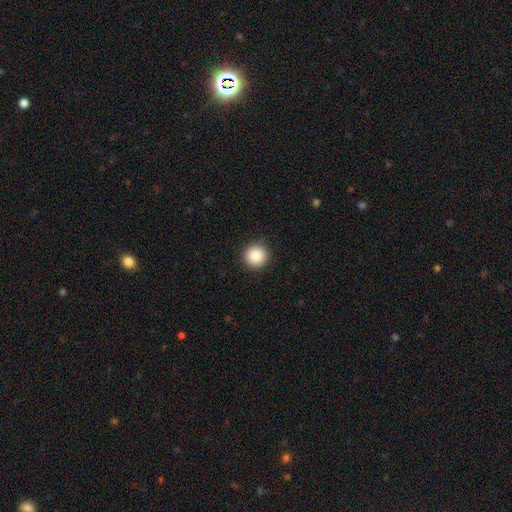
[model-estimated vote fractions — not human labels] smooth-or-featured: smooth: 88% | star or artifact: 9% | featured or disk: 4%
  how-rounded: round: 96% | in between: 3% | cigar-shaped: 1%
  merging: none: 91% | minor disturbance: 6% | major disturbance: 2% | merger: 1%